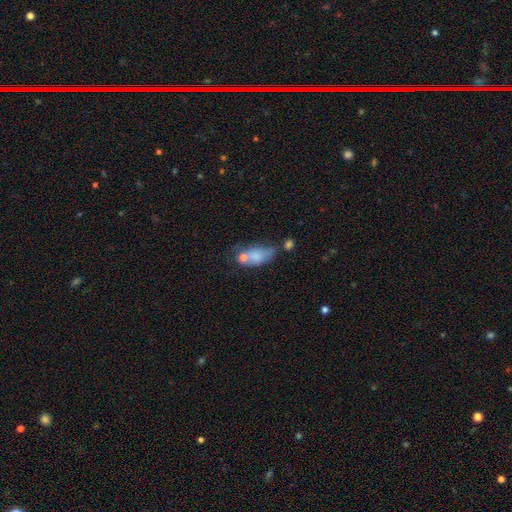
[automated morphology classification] Smooth or featured? smooth (71%)
How rounded? in between (85%)
Merging? none (31%)